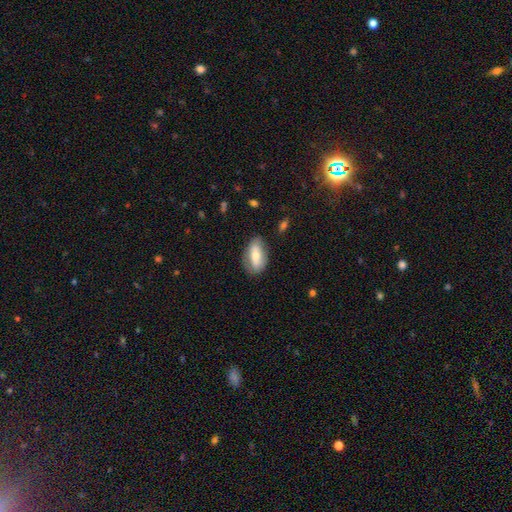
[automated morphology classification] Smooth or featured?
  - smooth: 57% *
  - featured or disk: 36%
  - star or artifact: 7%
How rounded?
  - in between: 88% *
  - cigar-shaped: 7%
  - round: 5%
Merging?
  - none: 75% *
  - minor disturbance: 18%
  - major disturbance: 5%
  - merger: 2%